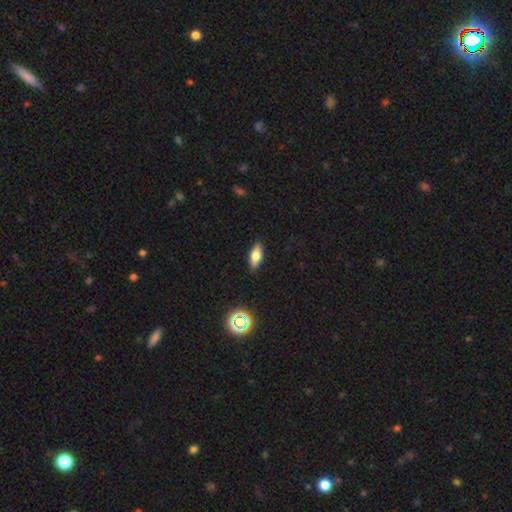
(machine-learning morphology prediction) Smooth or featured?
  - smooth: 68% *
  - featured or disk: 22%
  - star or artifact: 10%
How rounded?
  - in between: 78% *
  - cigar-shaped: 19%
  - round: 3%
Merging?
  - none: 88% *
  - minor disturbance: 9%
  - major disturbance: 2%
  - merger: 1%